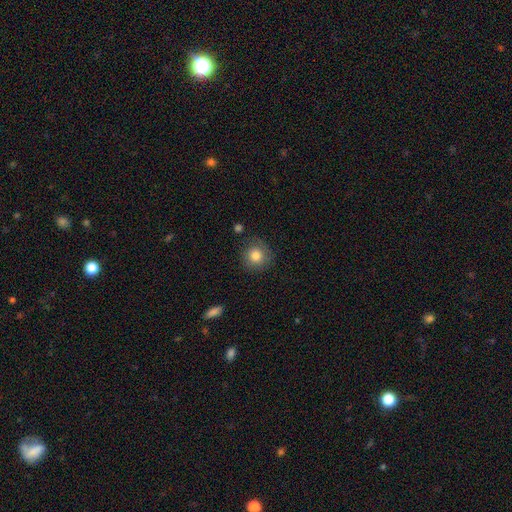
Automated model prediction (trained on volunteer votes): A smooth galaxy with no disk features (81%) that is round (92%). Merging: none (81%).